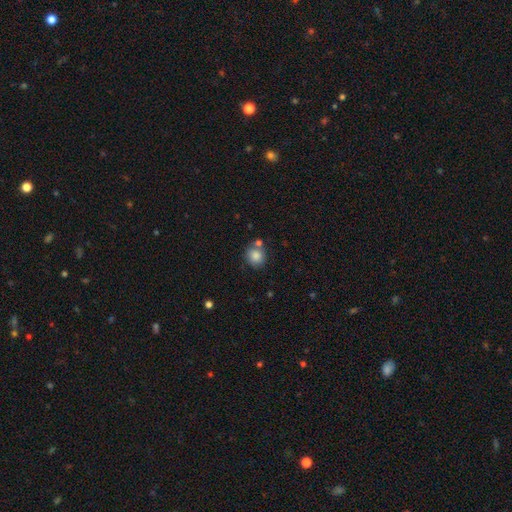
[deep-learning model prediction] This appears to be a smooth galaxy with no disk features (84%) that is round (82%). Merging: none (67%).